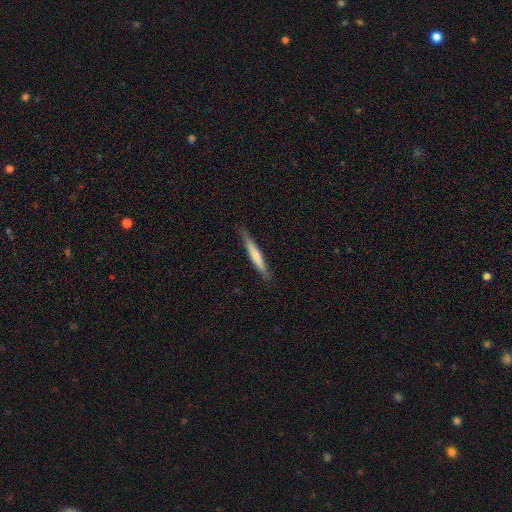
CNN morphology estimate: Overall: smooth (63%; featured or disk 32%). How rounded: cigar-shaped (95%). Merging: none (85%).